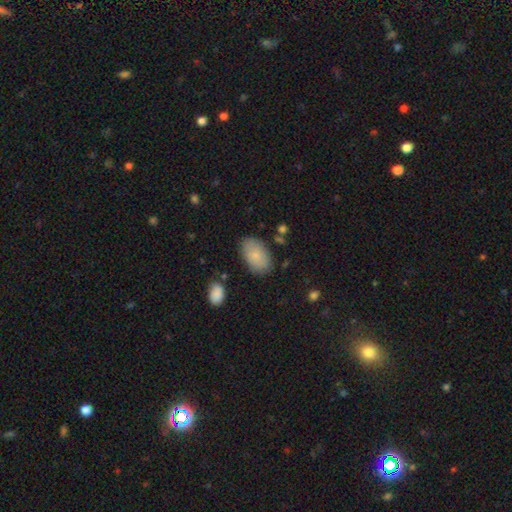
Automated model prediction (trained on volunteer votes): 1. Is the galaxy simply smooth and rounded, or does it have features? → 82% smooth, 11% featured or disk, 7% star or artifact.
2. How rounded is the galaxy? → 93% in between, 5% round, 1% cigar-shaped.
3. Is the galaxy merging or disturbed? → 81% none, 13% minor disturbance, 3% major disturbance, 2% merger.